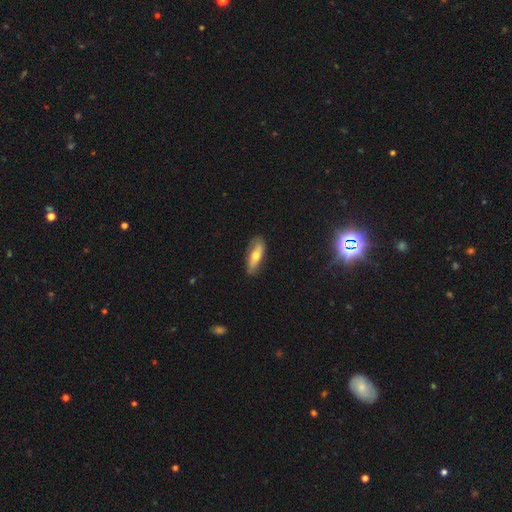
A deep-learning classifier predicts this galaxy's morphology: A smooth galaxy with no disk features (56%) that is in between round and cigar-shaped (61%). Merging: none (78%).